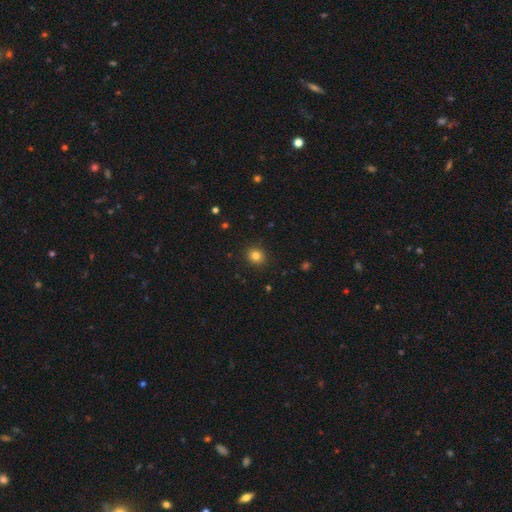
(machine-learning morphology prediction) The model was most divided on "how rounded": round: 78%, in between: 21%, cigar-shaped: 1%. More confident: merging — none (90%); smooth or featured — smooth (82%).